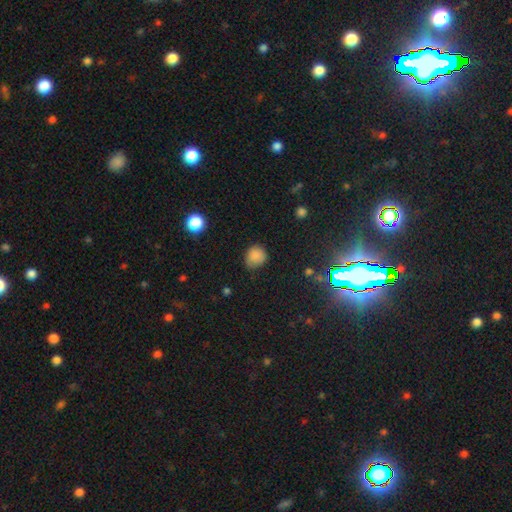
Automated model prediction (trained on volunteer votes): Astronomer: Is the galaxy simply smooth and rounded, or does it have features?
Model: smooth — 84%.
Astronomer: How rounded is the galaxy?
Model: round — 79%.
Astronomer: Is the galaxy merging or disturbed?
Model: none — 69%.